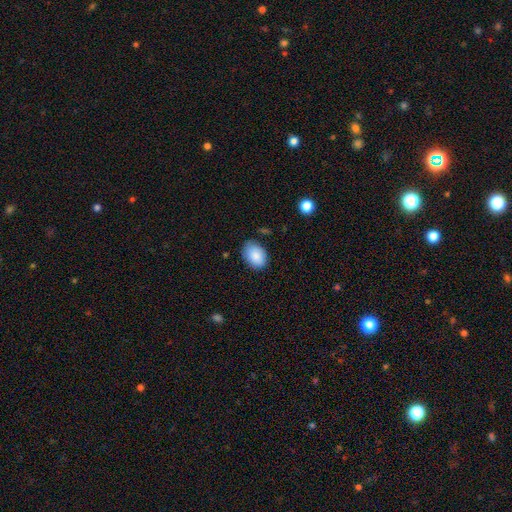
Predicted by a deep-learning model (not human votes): Smooth or featured: smooth — 87% (star or artifact — 7%)
How rounded: in between — 83% (round — 16%)
Merging: none — 78% (minor disturbance — 18%)